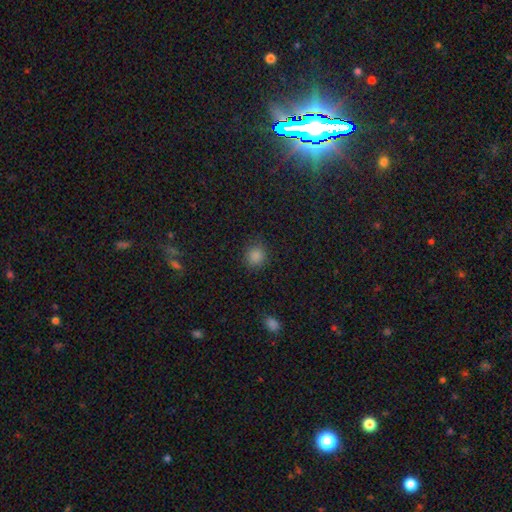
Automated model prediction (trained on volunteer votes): Q: Smooth or featured?
A: smooth (84%); runner-up: star or artifact (13%)
Q: How rounded?
A: round (87%); runner-up: in between (12%)
Q: Merging?
A: none (87%); runner-up: minor disturbance (9%)